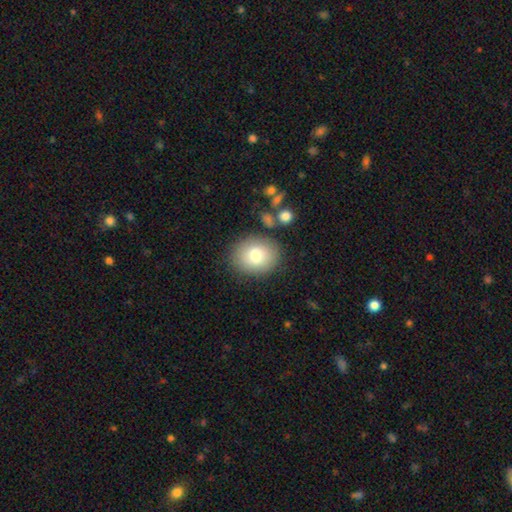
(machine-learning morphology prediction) type=smooth (77%); roundness=in between (51%); merging=none (81%).